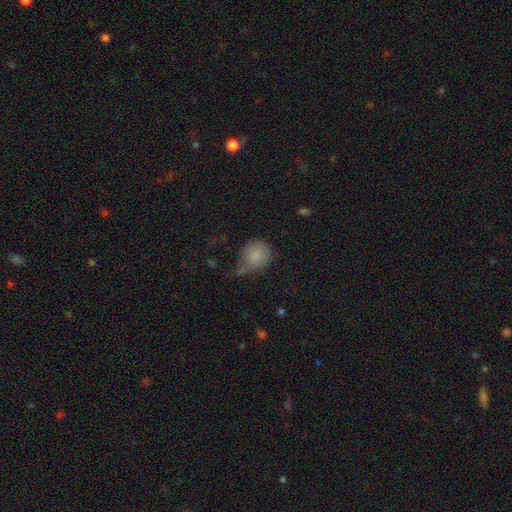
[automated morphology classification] type=smooth (83%); roundness=round (85%); merging=none (47%).